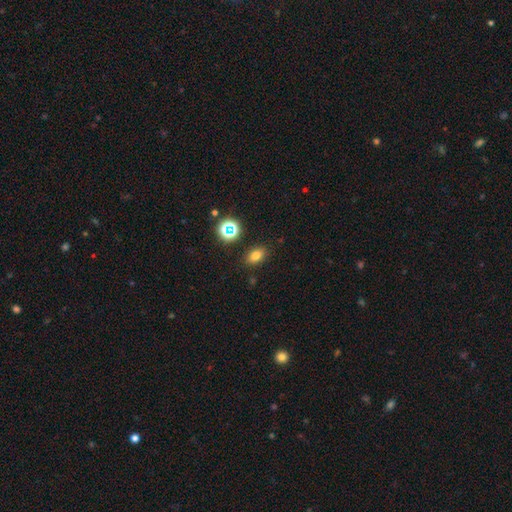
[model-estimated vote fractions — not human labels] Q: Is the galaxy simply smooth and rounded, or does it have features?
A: smooth — 75%.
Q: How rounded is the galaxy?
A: in between — 79%.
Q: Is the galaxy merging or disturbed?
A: none — 86%.